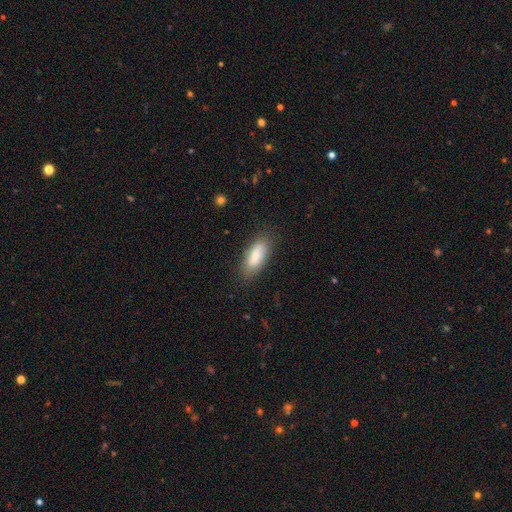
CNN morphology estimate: Overall: smooth (86%). How rounded: in between (77%). Merging: none (81%).